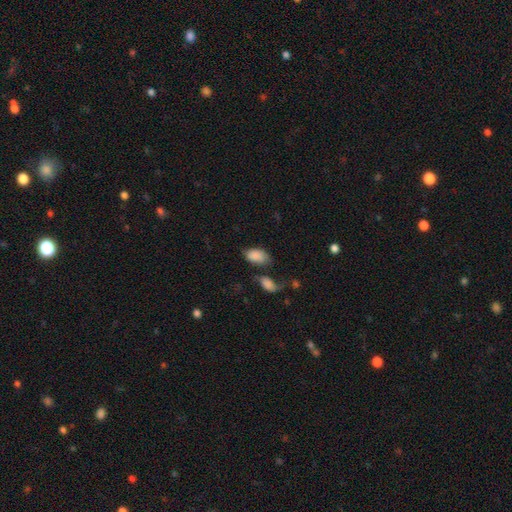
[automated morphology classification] A smooth galaxy with no disk features (80%) that is in between round and cigar-shaped (90%).

Vote fractions:
- Smooth or featured? smooth: 80% / featured or disk: 11% / star or artifact: 9%
- How rounded? in between: 90% / round: 8% / cigar-shaped: 2%
- Merging? none: 41% / minor disturbance: 25% / merger: 19% / major disturbance: 14%